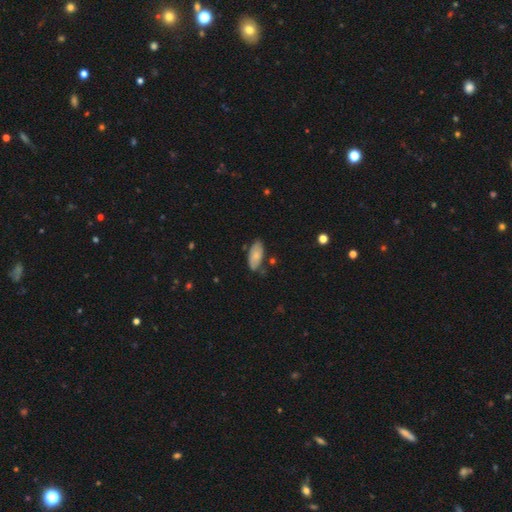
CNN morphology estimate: Smooth or featured: smooth — 76% (featured or disk — 18%)
How rounded: in between — 89% (cigar-shaped — 9%)
Merging: none — 72% (minor disturbance — 21%)